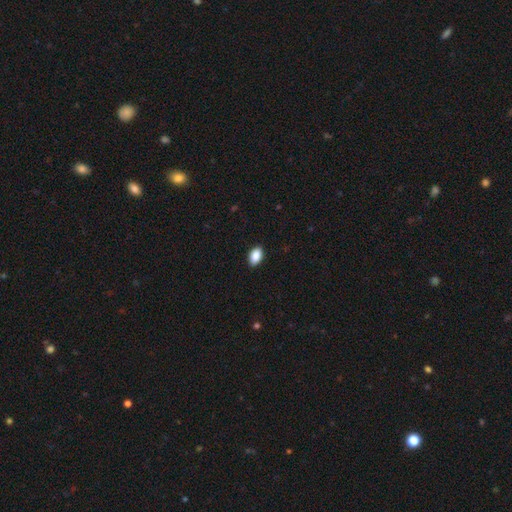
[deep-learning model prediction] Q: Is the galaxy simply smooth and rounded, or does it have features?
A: smooth — 89%.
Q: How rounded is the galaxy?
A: in between — 91%.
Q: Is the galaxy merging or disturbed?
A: none — 89%.